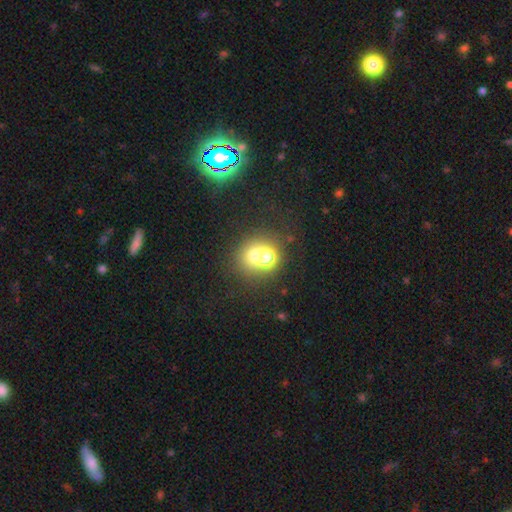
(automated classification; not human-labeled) A smooth galaxy with no disk features (53%) that is round (79%).

Vote fractions:
- Smooth or featured? smooth: 53% / star or artifact: 31% / featured or disk: 16%
- How rounded? round: 79% / in between: 19% / cigar-shaped: 1%
- Merging? none: 53% / merger: 33% / minor disturbance: 9% / major disturbance: 6%